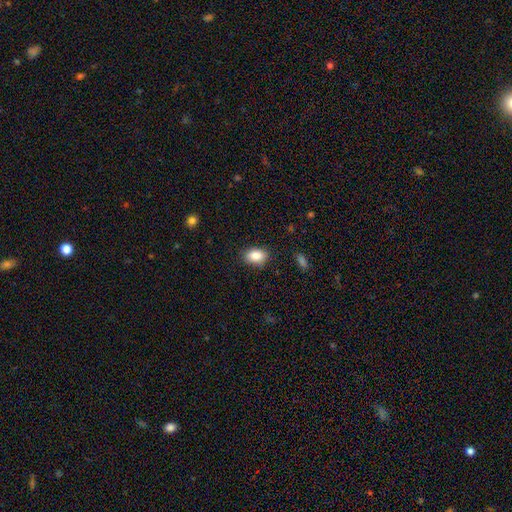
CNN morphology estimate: smooth 87%, star or artifact 8%, featured or disk 5%. Down the decision tree: how rounded — in between (84%); merging — none (85%).